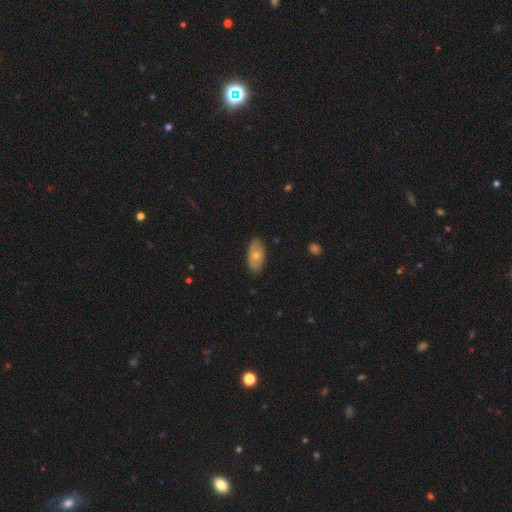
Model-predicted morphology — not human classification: Smooth or featured: smooth — 55% (featured or disk — 39%)
How rounded: in between — 92% (round — 5%)
Merging: none — 84% (minor disturbance — 13%)